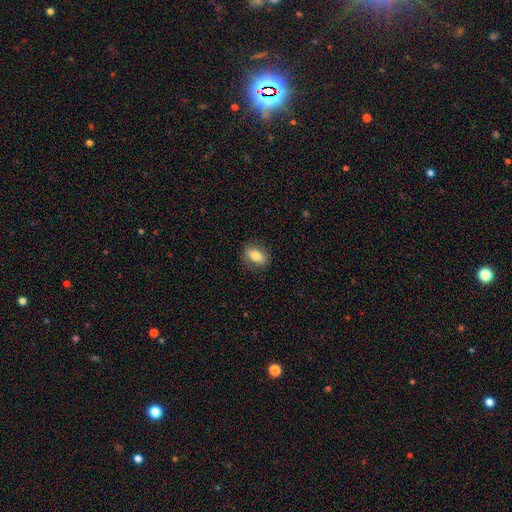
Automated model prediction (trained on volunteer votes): This is likely a smooth galaxy (73%). How rounded: likely in between (79%). Merging: clearly none (84%).